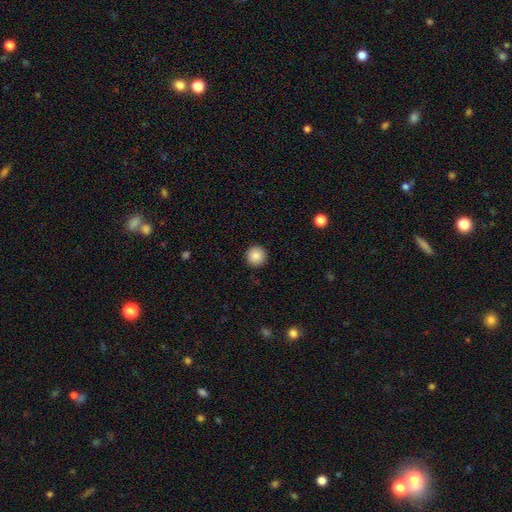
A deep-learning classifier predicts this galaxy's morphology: Smooth or featured?
  - smooth: 88% *
  - star or artifact: 9%
  - featured or disk: 3%
How rounded?
  - round: 96% *
  - in between: 3%
  - cigar-shaped: 1%
Merging?
  - none: 93% *
  - minor disturbance: 4%
  - major disturbance: 2%
  - merger: 1%